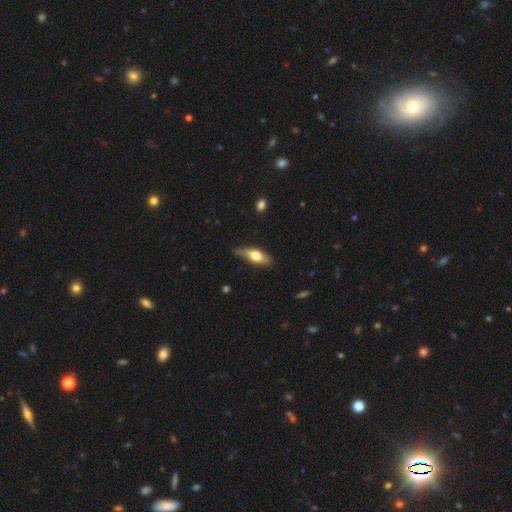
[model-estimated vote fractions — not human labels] Q: Smooth or featured?
A: smooth (61%); runner-up: featured or disk (33%)
Q: How rounded?
A: in between (64%); runner-up: cigar-shaped (33%)
Q: Merging?
A: none (65%); runner-up: minor disturbance (28%)